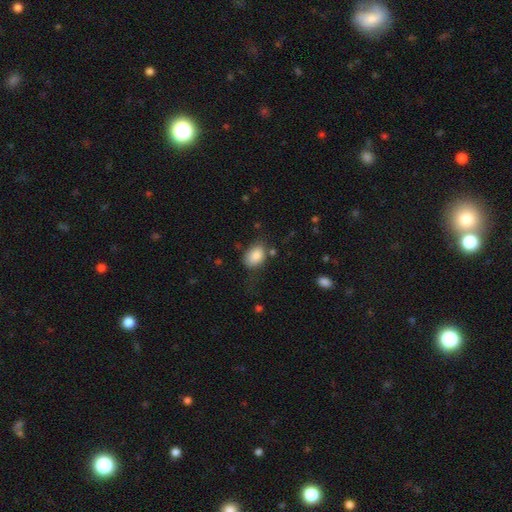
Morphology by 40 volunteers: Q: Smooth or featured?
A: smooth (82%); runner-up: featured or disk (12%)
Q: How rounded?
A: in between (70%); runner-up: round (27%)
Q: Merging?
A: none (45%); runner-up: minor disturbance (29%)